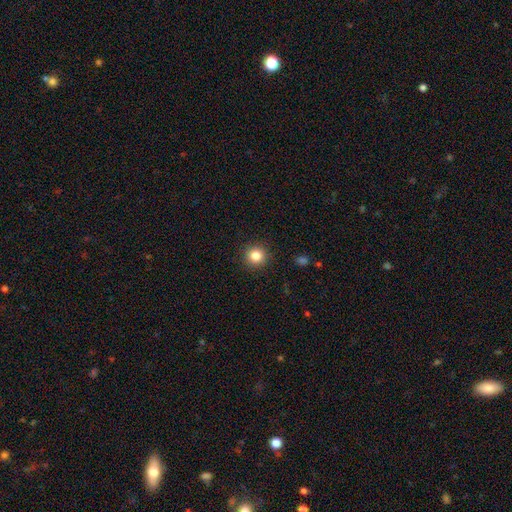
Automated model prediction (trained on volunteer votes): This appears to be a smooth galaxy with no disk features (83%) that is round (95%). Merging: none (92%).